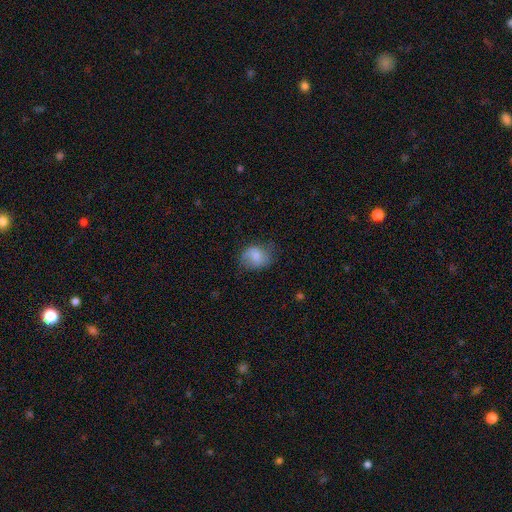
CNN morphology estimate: A smooth galaxy with no disk features (75%) that is in between round and cigar-shaped (51%). Merging: none (60%).